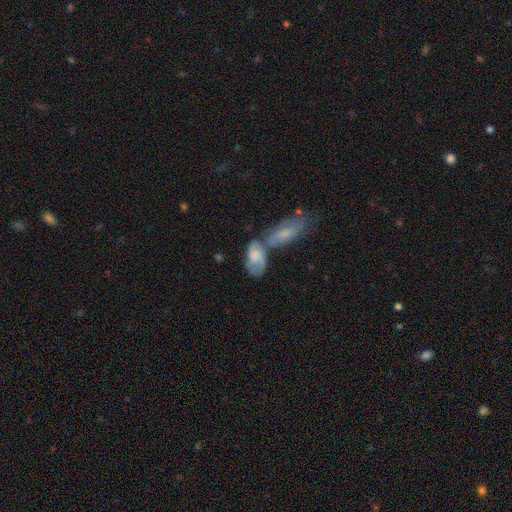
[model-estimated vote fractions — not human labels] A smooth galaxy with no disk features (50%) that is in between round and cigar-shaped (88%).

Vote fractions:
- Smooth or featured? smooth: 50% / featured or disk: 43% / star or artifact: 7%
- How rounded? in between: 88% / cigar-shaped: 6% / round: 5%
- Merging? merger: 49% / none: 26% / minor disturbance: 15% / major disturbance: 9%